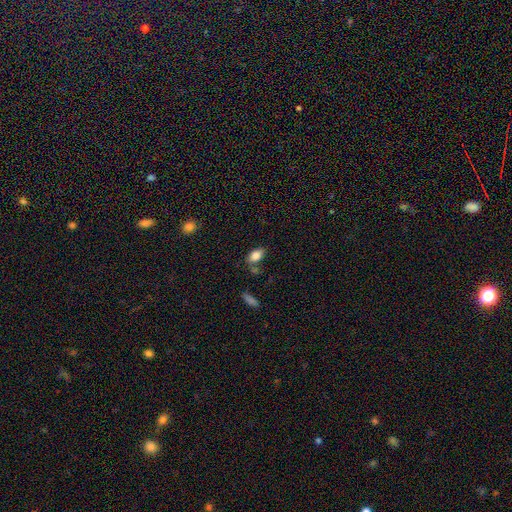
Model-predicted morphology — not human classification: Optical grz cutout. It shows a smooth galaxy with no disk features (82%) that is in between round and cigar-shaped (89%). Merging: none (67%).